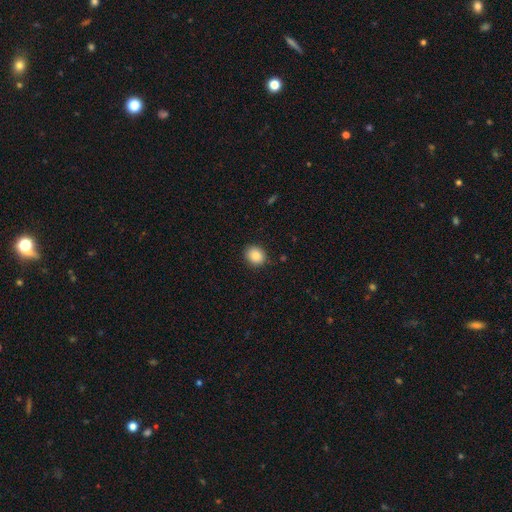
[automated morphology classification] type=smooth (88%); roundness=round (70%); merging=none (88%).